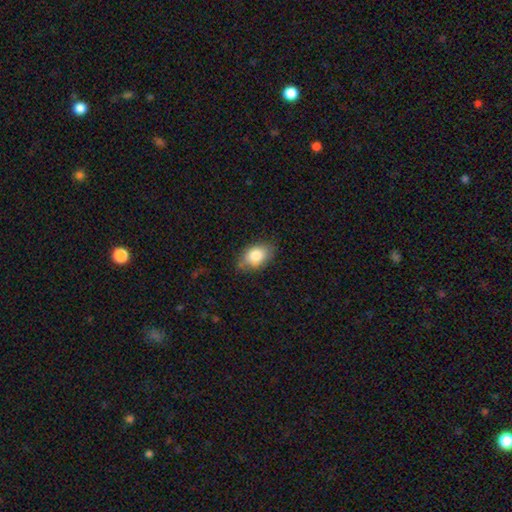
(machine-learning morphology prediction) Overall: smooth (83%). How rounded: in between (85%). Merging: none (72%).